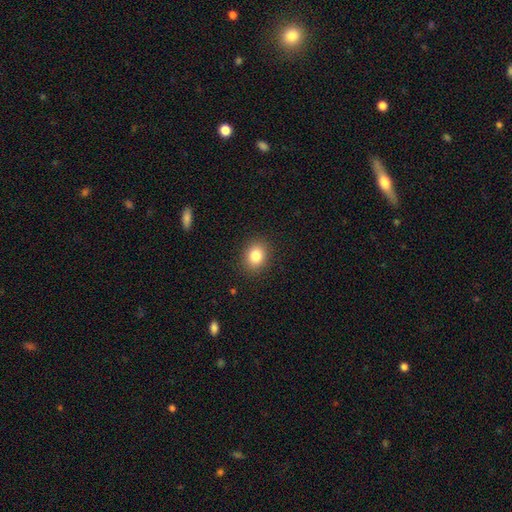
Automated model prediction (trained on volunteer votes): A smooth galaxy with no disk features (83%) that is round (57%). Merging: none (89%).